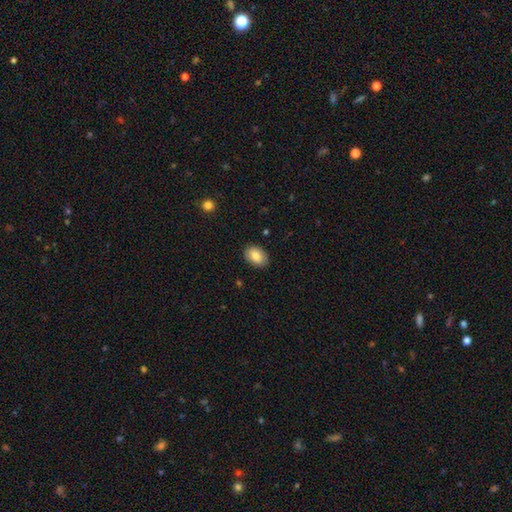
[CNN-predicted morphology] A smooth galaxy with no disk features (80%) that is in between round and cigar-shaped (81%). Merging: none (88%).